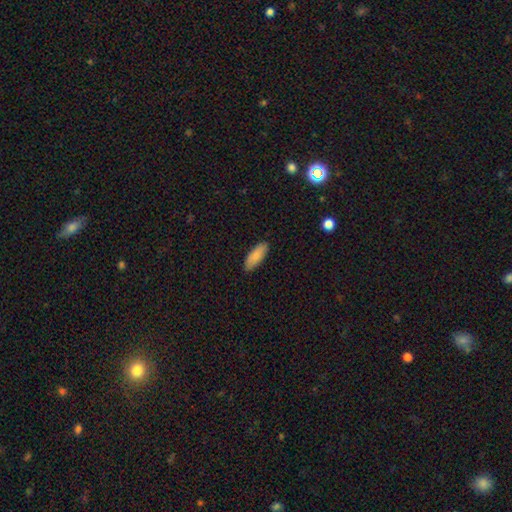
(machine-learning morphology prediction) This appears to be a smooth galaxy with no disk features (84%) that is in between round and cigar-shaped (76%). Merging: none (88%).